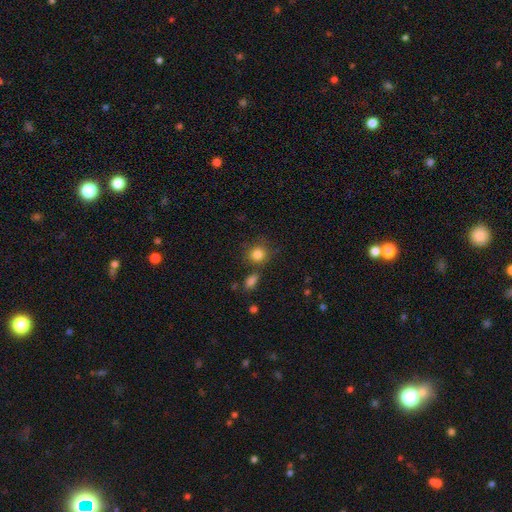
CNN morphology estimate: This is likely a smooth galaxy (78%). How rounded: clearly round (83%). Merging: likely none (77%).